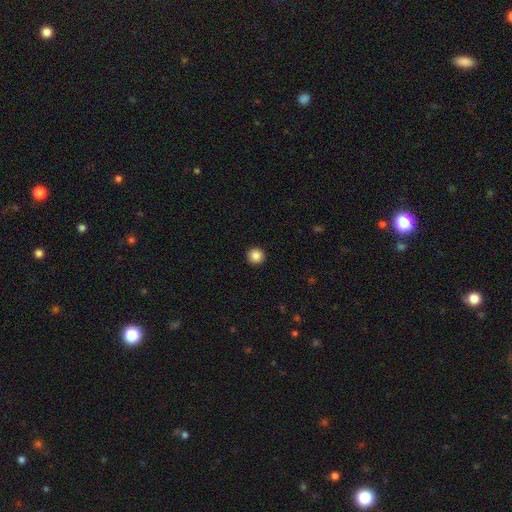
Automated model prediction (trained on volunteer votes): A smooth galaxy with no disk features (87%) that is round (96%). Merging: none (93%).